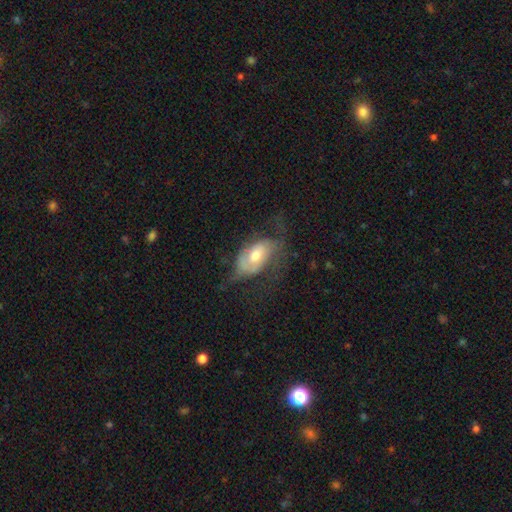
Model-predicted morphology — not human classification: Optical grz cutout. It shows a featured or disk galaxy (54%). Merging: none (39%).